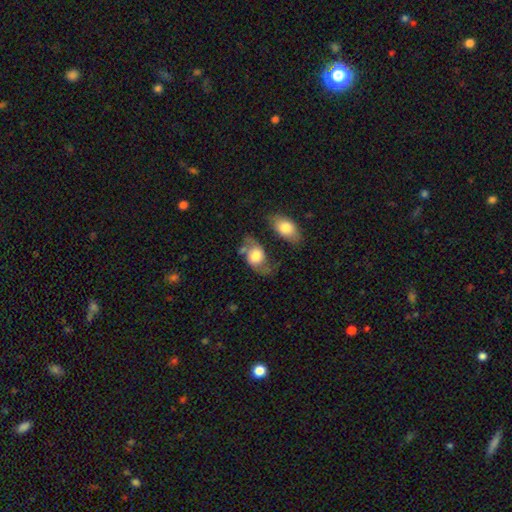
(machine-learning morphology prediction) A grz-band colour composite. It shows a smooth galaxy with no disk features (52%) that is in between round and cigar-shaped (79%). Merging: none (37%).